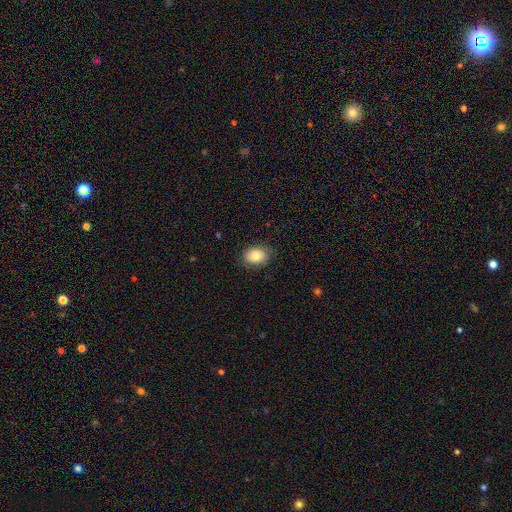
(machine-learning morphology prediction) Q: Smooth or featured?
A: smooth (81%); runner-up: featured or disk (11%)
Q: How rounded?
A: in between (68%); runner-up: round (31%)
Q: Merging?
A: none (82%); runner-up: minor disturbance (14%)